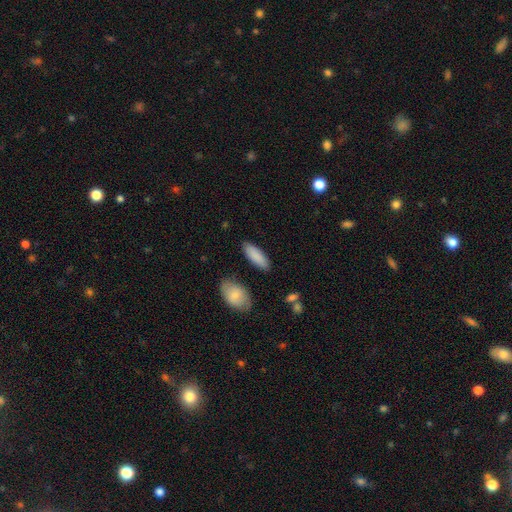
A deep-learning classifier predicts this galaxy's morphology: Smooth or featured? smooth (87%)
How rounded? in between (66%)
Merging? none (85%)